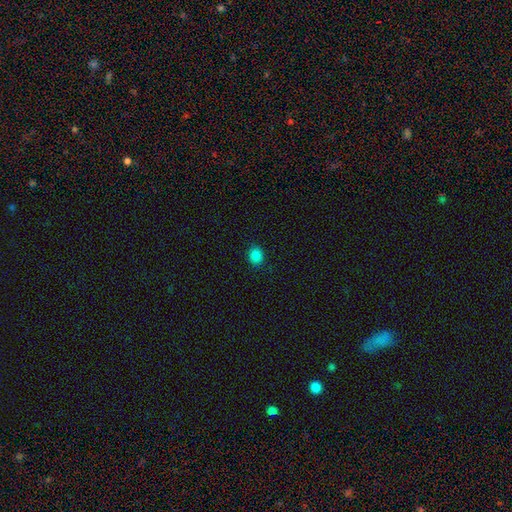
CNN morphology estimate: smooth 84%, star or artifact 13%, featured or disk 3%. Down the decision tree: how rounded — round (65%); merging — none (89%).